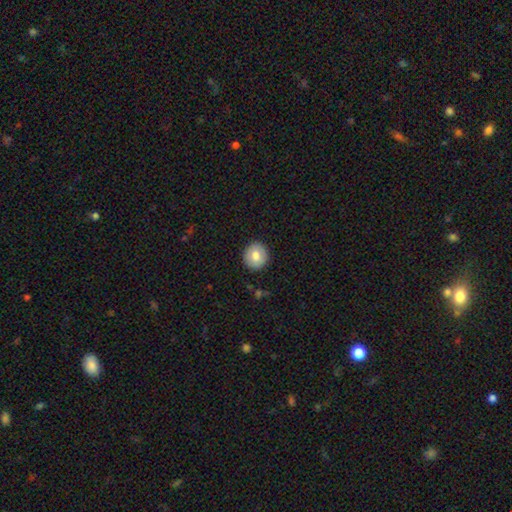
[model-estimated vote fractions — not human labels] A smooth galaxy with no disk features (76%) that is round (91%). Merging: none (91%).